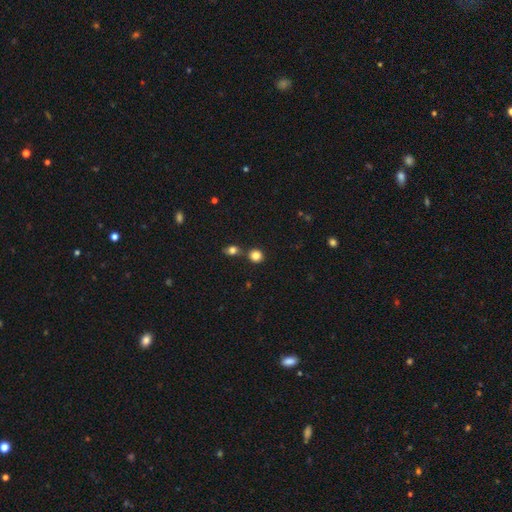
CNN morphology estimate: A smooth galaxy with no disk features (84%) that is round (87%).

Vote fractions:
- Smooth or featured? smooth: 84% / star or artifact: 11% / featured or disk: 5%
- How rounded? round: 87% / in between: 12% / cigar-shaped: 1%
- Merging? none: 74% / merger: 15% / minor disturbance: 8% / major disturbance: 3%